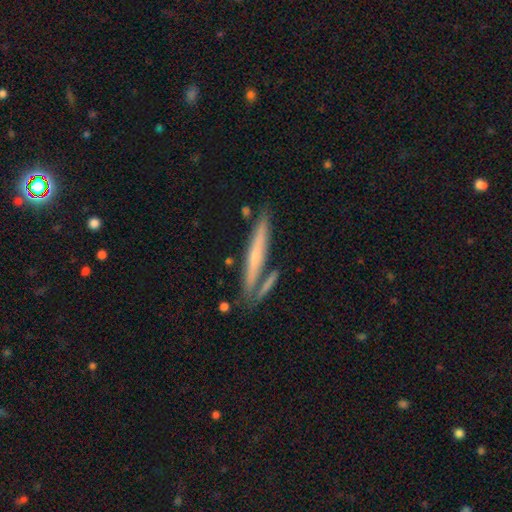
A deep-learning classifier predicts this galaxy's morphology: Smooth or featured? Predicted: smooth (p=0.50). Merging? Predicted: none (p=0.72).